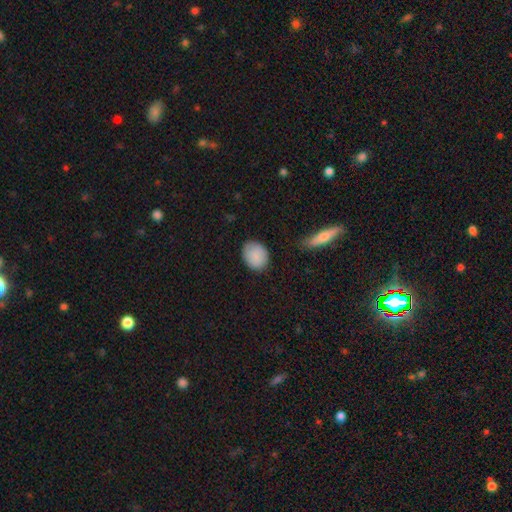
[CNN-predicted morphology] smooth 86%, featured or disk 7%, star or artifact 7%. Down the decision tree: how rounded — in between (50%); merging — none (79%).